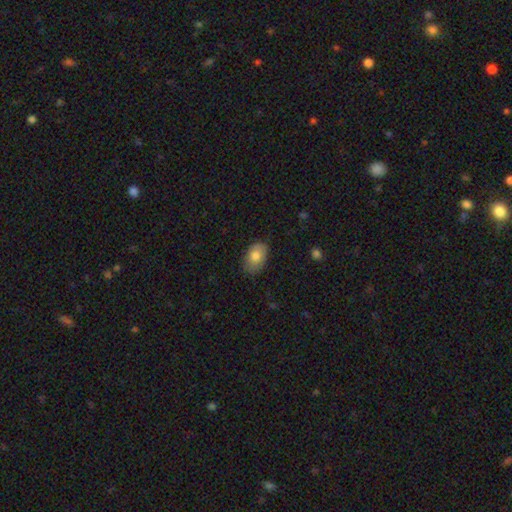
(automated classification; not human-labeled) A smooth galaxy with no disk features (78%) that is in between round and cigar-shaped (87%).

Vote fractions:
- Smooth or featured? smooth: 78% / featured or disk: 14% / star or artifact: 7%
- How rounded? in between: 87% / round: 12% / cigar-shaped: 1%
- Merging? none: 75% / minor disturbance: 20% / major disturbance: 4% / merger: 1%